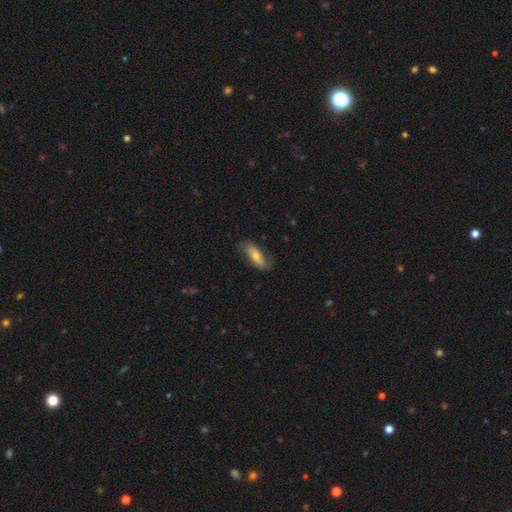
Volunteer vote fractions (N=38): Morphology: type=smooth (61%); roundness=in between (57%); merging=none (57%).